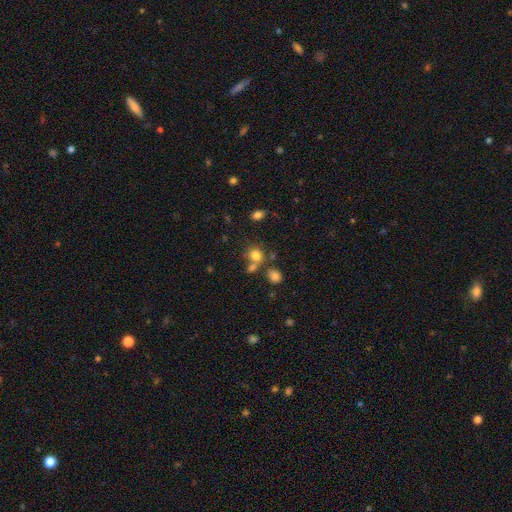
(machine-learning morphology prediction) Smooth or featured? Predicted: smooth (p=0.77). How rounded? Predicted: round (p=0.69). Merging? Predicted: none (p=0.53).